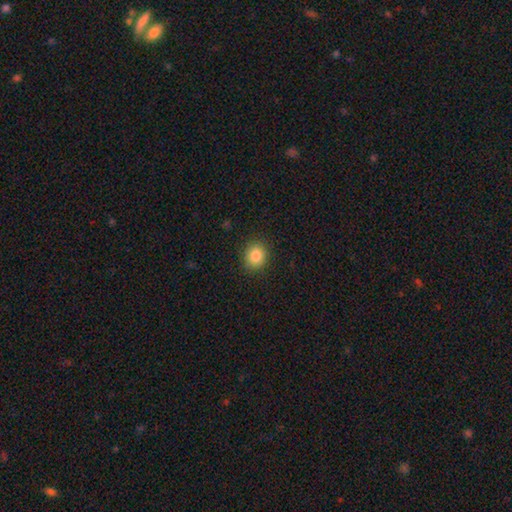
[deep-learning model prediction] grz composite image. It shows a smooth galaxy with no disk features (84%) that is round (75%). Merging: none (89%).